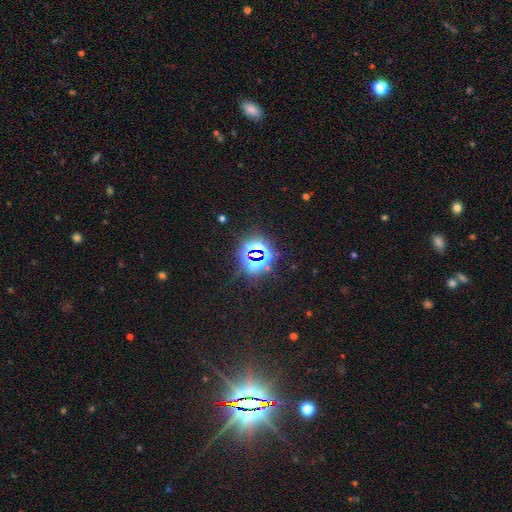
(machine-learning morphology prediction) The model was most divided on "smooth or featured": star or artifact: 79%, smooth: 13%, featured or disk: 8%.